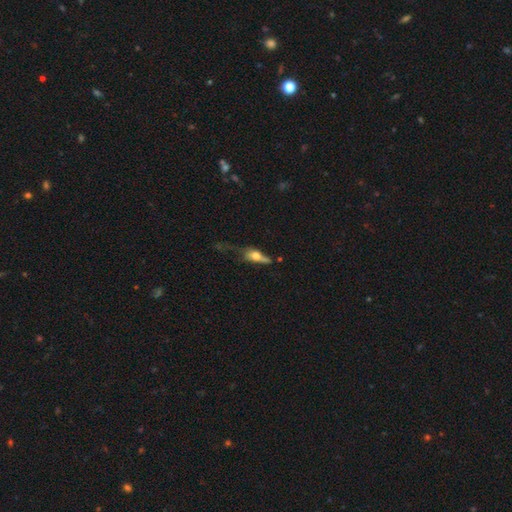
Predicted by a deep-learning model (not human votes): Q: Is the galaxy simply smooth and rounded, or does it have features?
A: smooth — 53%.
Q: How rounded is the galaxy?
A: in between — 64%.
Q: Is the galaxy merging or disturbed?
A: major disturbance — 41%.